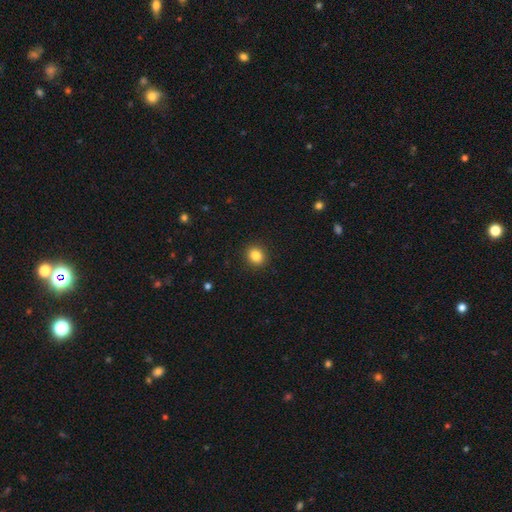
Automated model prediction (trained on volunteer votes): smooth_or_featured: smooth (p=0.85) [alt: star or artifact p=0.11]
how_rounded: round (p=0.79) [alt: in between p=0.20]
merging: none (p=0.92) [alt: minor disturbance p=0.06]